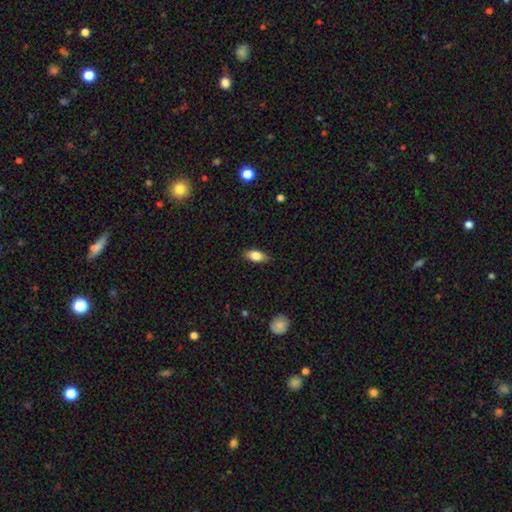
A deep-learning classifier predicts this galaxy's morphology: Smooth or featured? smooth (78%)
How rounded? in between (84%)
Merging? none (84%)